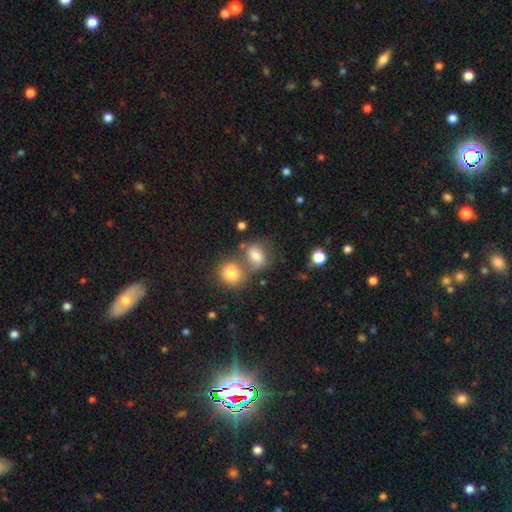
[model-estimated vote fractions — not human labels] Q: Smooth or featured?
A: smooth (75%); runner-up: featured or disk (15%)
Q: How rounded?
A: in between (62%); runner-up: round (36%)
Q: Merging?
A: merger (43%); runner-up: none (37%)